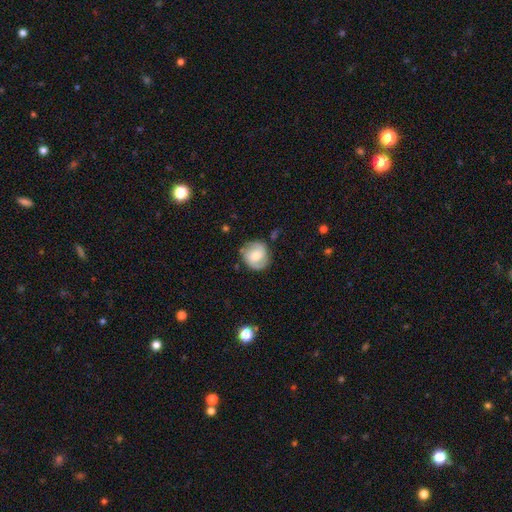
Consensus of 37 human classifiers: Morphology: type=featured or disk (62%); edge-on=no (91%); bar=no (52%); spiral arms=yes (90%); winding=tight (68%); arm count=2 (84%); bulge=moderate (67%); merging=none (83%).